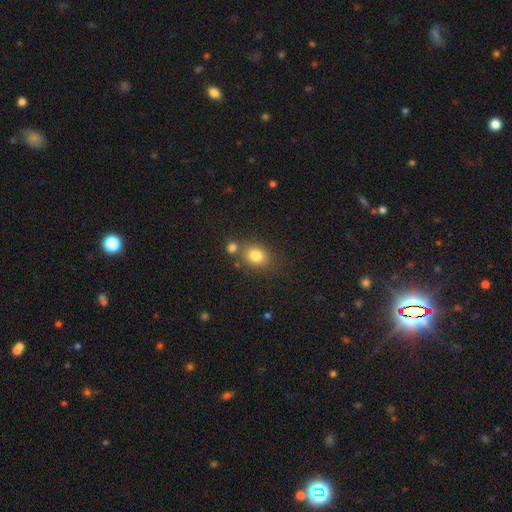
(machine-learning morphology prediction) This appears to be a smooth galaxy with no disk features (81%) that is in between round and cigar-shaped (51%). Merging: none (67%).